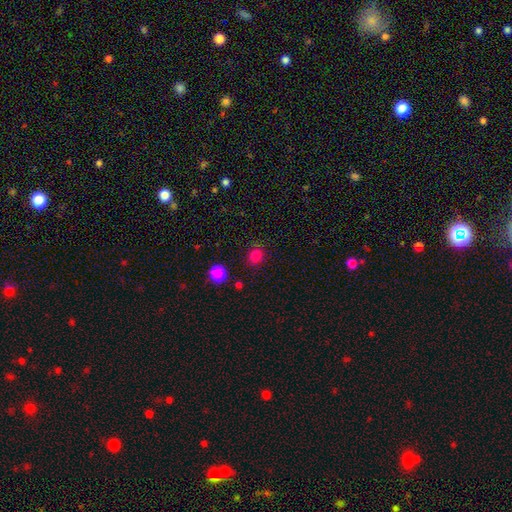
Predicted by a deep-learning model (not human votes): smooth 82%, star or artifact 14%, featured or disk 4%. Down the decision tree: how rounded — round (78%); merging — none (84%).